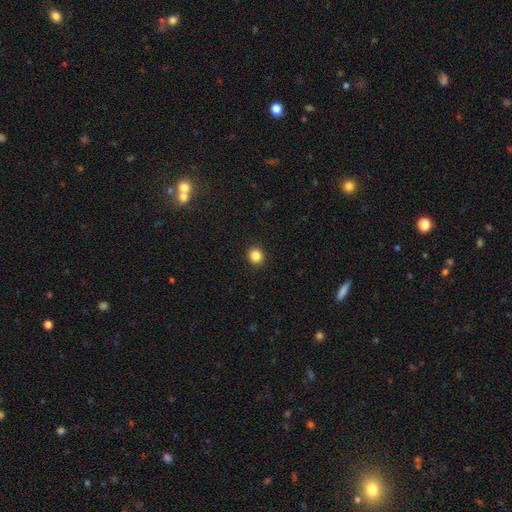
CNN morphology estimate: type=smooth (85%); roundness=round (85%); merging=none (93%).